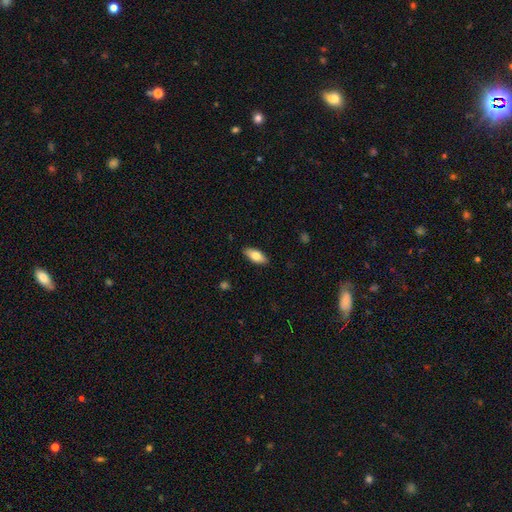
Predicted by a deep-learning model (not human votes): smooth 75%, featured or disk 19%, star or artifact 6%. Down the decision tree: how rounded — in between (83%); merging — none (88%).